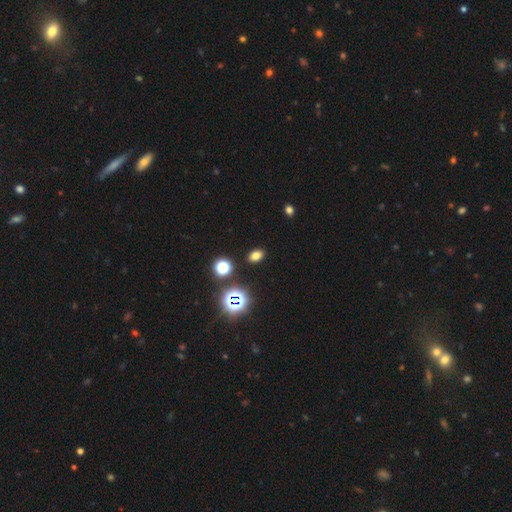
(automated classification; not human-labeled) A smooth galaxy with no disk features (72%) that is in between round and cigar-shaped (77%).

Vote fractions:
- Smooth or featured? smooth: 72% / star or artifact: 21% / featured or disk: 7%
- How rounded? in between: 77% / round: 22% / cigar-shaped: 1%
- Merging? none: 88% / minor disturbance: 7% / major disturbance: 2% / merger: 2%